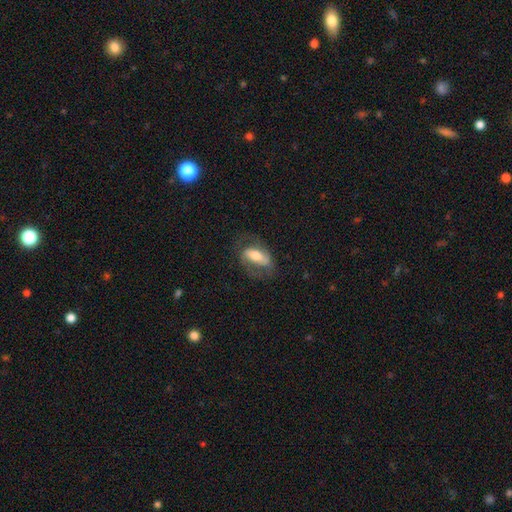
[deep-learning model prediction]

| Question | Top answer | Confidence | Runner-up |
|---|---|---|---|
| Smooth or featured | featured or disk | 52% | smooth (41%) |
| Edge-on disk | no | 88% | yes (12%) |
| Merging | none | 62% | minor disturbance (20%) |